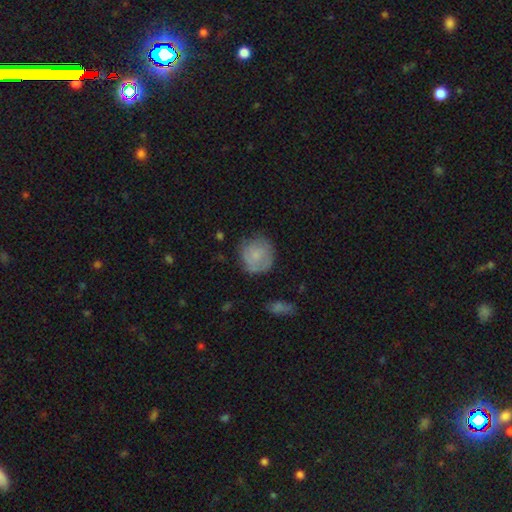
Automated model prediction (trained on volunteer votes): The model was most divided on "smooth or featured": smooth: 67%, featured or disk: 26%, star or artifact: 7%. More confident: how rounded — round (89%); merging — none (69%).